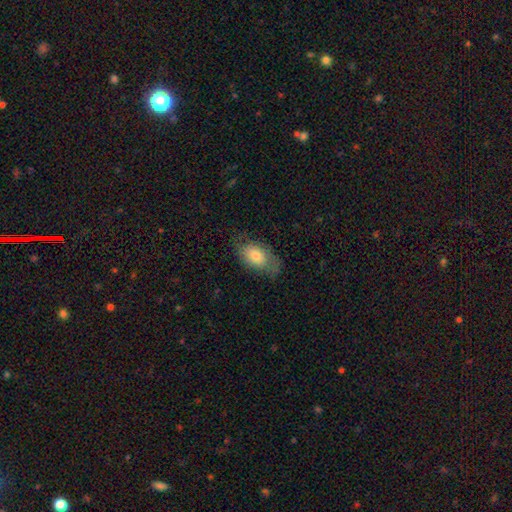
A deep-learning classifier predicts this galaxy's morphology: A smooth galaxy with no disk features (69%) that is in between round and cigar-shaped (89%).

Vote fractions:
- Smooth or featured? smooth: 69% / featured or disk: 24% / star or artifact: 7%
- How rounded? in between: 89% / round: 9% / cigar-shaped: 2%
- Merging? none: 62% / minor disturbance: 26% / major disturbance: 11% / merger: 1%